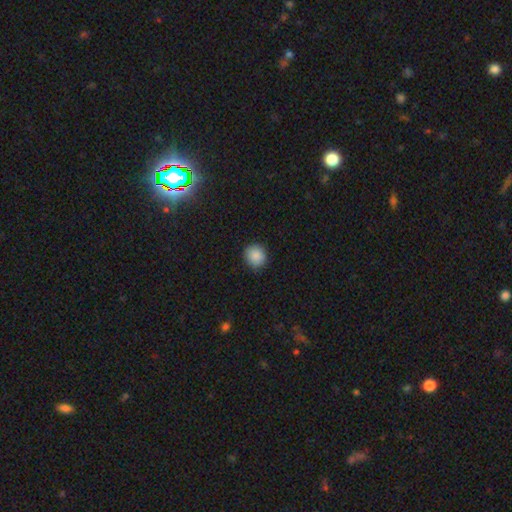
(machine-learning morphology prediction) Overall: smooth (87%). How rounded: round (88%). Merging: none (87%).